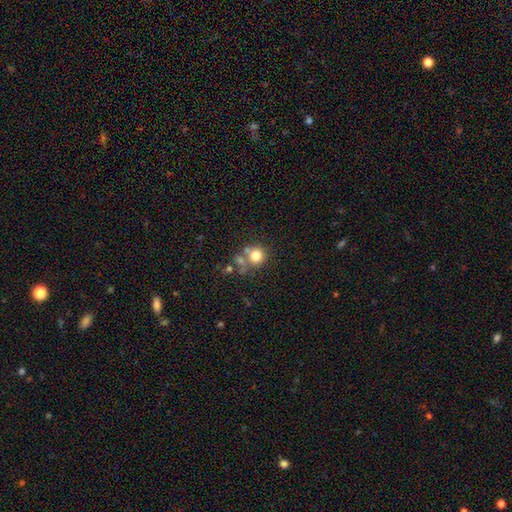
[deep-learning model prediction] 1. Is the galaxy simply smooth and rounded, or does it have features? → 75% smooth, 12% star or artifact, 12% featured or disk.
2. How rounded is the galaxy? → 87% round, 12% in between, 1% cigar-shaped.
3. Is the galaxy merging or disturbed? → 54% none, 28% merger, 11% minor disturbance, 6% major disturbance.